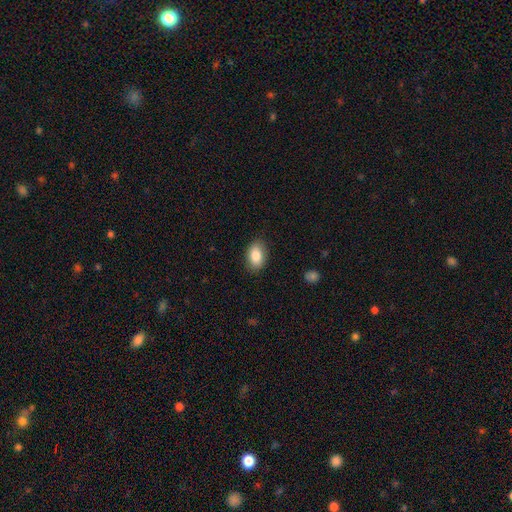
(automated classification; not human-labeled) smooth_or_featured: smooth (p=0.86) [alt: star or artifact p=0.07]
how_rounded: in between (p=0.88) [alt: round p=0.11]
merging: none (p=0.87) [alt: minor disturbance p=0.10]